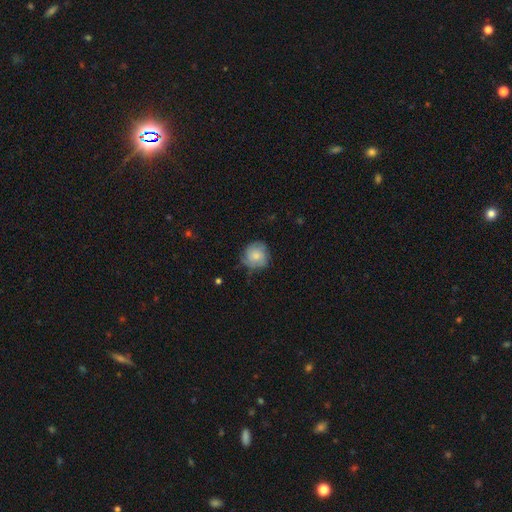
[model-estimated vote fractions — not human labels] This is likely a smooth galaxy (65%). How rounded: clearly round (89%). Merging: likely none (69%).